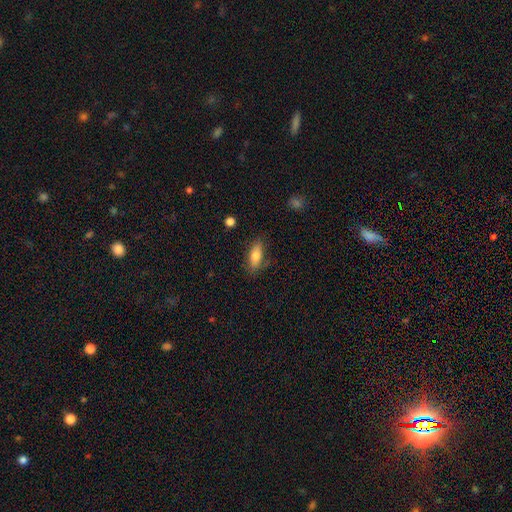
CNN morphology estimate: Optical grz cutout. It shows a smooth galaxy with no disk features (74%) that is in between round and cigar-shaped (75%). Merging: none (76%).